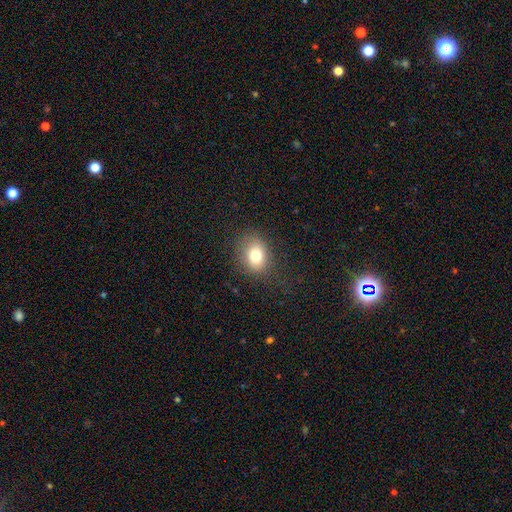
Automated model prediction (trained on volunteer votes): Smooth or featured: smooth — 78% (star or artifact — 12%)
How rounded: in between — 54% (round — 45%)
Merging: none — 78% (minor disturbance — 15%)